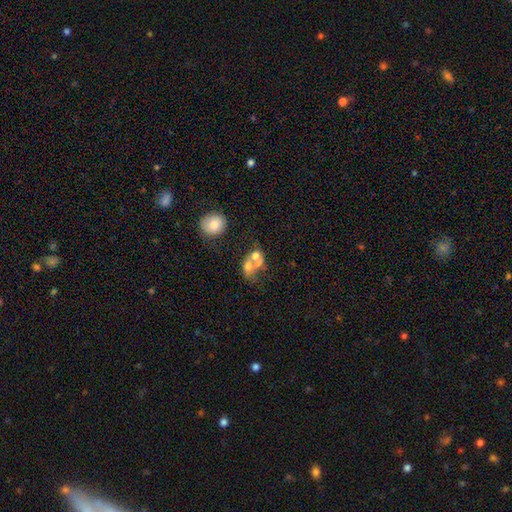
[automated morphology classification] Smooth or featured: smooth — 59% (featured or disk — 29%)
How rounded: round — 51% (in between — 48%)
Merging: merger — 61% (none — 21%)